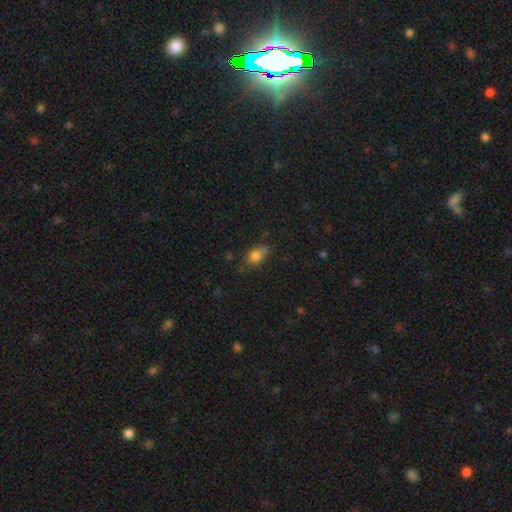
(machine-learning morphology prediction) Smooth or featured?
  - smooth: 80% *
  - star or artifact: 11%
  - featured or disk: 8%
How rounded?
  - in between: 63% *
  - round: 35%
  - cigar-shaped: 2%
Merging?
  - none: 55% *
  - minor disturbance: 25%
  - merger: 13%
  - major disturbance: 7%